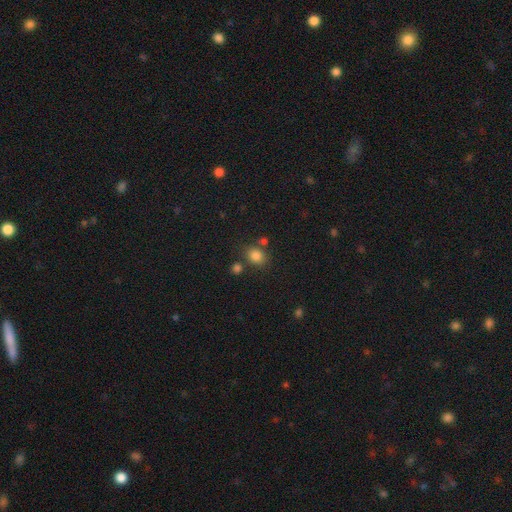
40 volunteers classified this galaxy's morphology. This appears to be a smooth galaxy with no disk features (90%) that is in between round and cigar-shaped (53%). Merging: none (89%).